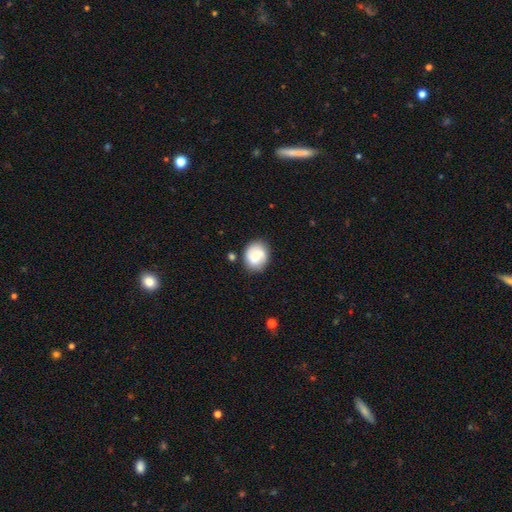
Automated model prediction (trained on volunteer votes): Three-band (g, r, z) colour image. It shows a smooth galaxy with no disk features (66%) that is round (68%). Merging: none (75%).